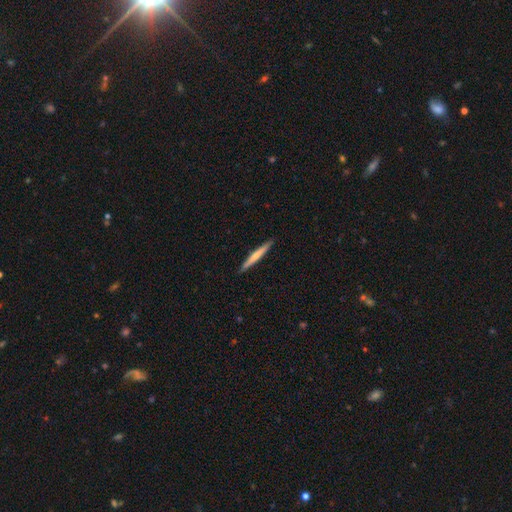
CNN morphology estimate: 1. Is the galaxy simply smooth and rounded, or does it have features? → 53% smooth, 42% featured or disk, 5% star or artifact.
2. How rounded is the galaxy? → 96% cigar-shaped, 3% in between, 1% round.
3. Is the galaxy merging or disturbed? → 91% none, 6% minor disturbance, 1% major disturbance, 1% merger.